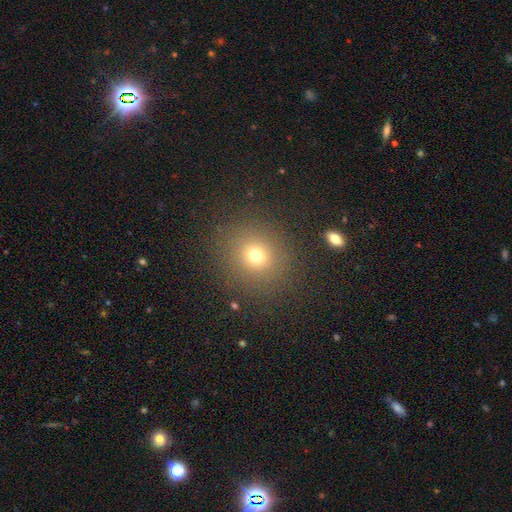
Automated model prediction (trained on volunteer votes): smooth-or-featured: smooth: 71% | star or artifact: 20% | featured or disk: 9%
  how-rounded: round: 87% | in between: 12% | cigar-shaped: 1%
  merging: none: 87% | minor disturbance: 7% | major disturbance: 4% | merger: 2%